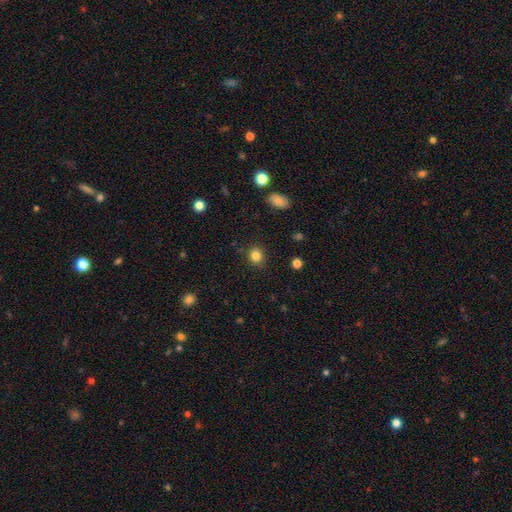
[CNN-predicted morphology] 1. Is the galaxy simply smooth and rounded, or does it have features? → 84% smooth, 11% star or artifact, 5% featured or disk.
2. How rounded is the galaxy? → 80% round, 19% in between, 1% cigar-shaped.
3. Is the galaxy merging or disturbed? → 88% none, 8% minor disturbance, 3% major disturbance, 1% merger.